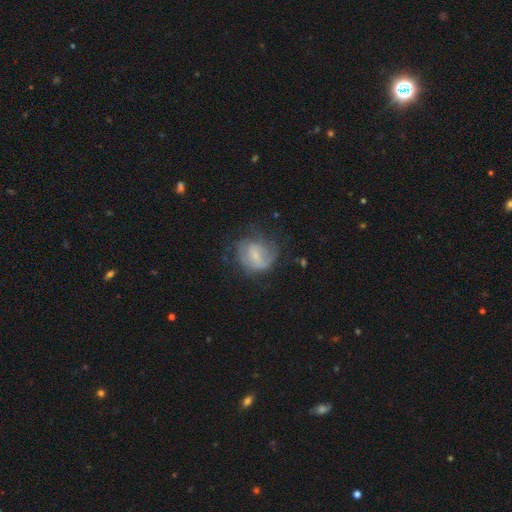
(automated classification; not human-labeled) smooth-or-featured: featured or disk: 62% | smooth: 31% | star or artifact: 8%
  disk-edge-on: no: 97% | yes: 3%
    bar: weak: 51% | no: 35% | strong: 15%
    has-spiral-arms: yes: 75% | no: 25%
    bulge-size: small: 63% | moderate: 25% | none: 9% | large: 2% | dominant: 1%
  merging: none: 50% | minor disturbance: 26% | major disturbance: 22% | merger: 2%